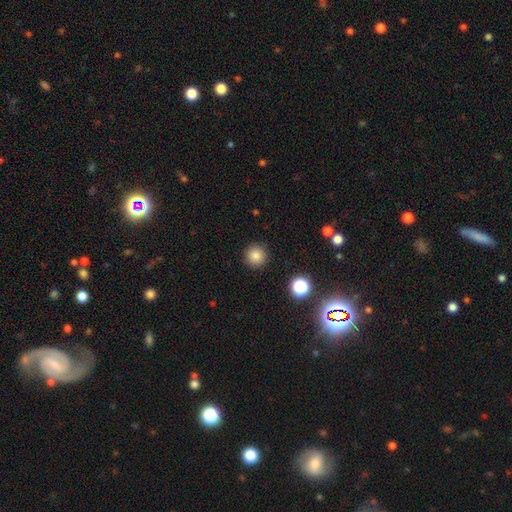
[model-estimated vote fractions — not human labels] Smooth or featured?
  - smooth: 82% *
  - star or artifact: 13%
  - featured or disk: 5%
How rounded?
  - round: 95% *
  - in between: 4%
  - cigar-shaped: 1%
Merging?
  - none: 91% *
  - minor disturbance: 5%
  - major disturbance: 2%
  - merger: 1%